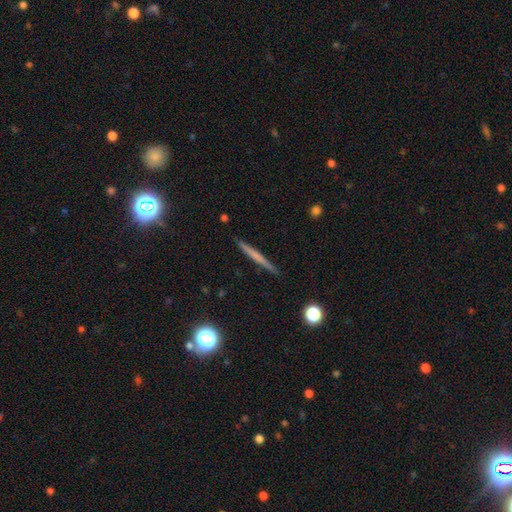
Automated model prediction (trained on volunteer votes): Q: Smooth or featured?
A: smooth (47%); runner-up: featured or disk (45%)
Q: Merging?
A: none (91%); runner-up: minor disturbance (6%)